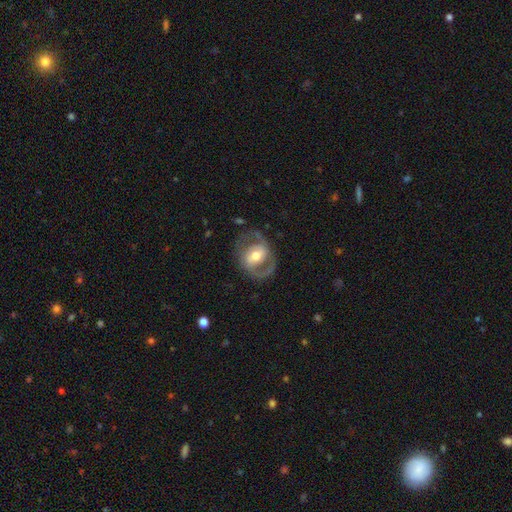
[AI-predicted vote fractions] Smooth or featured? Predicted: featured or disk (p=0.75). Edge-on disk? Predicted: no (p=0.96). Bar? Predicted: weak (p=0.39, tied with no). Spiral arms? Predicted: yes (p=0.80). Spiral winding? Predicted: medium (p=0.52). Spiral arm count? Predicted: 2 (p=0.82). Bulge size? Predicted: moderate (p=0.68). Merging? Predicted: none (p=0.69).